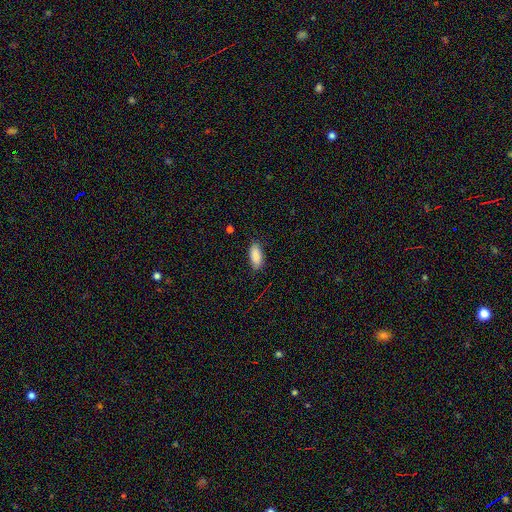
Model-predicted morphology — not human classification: Smooth or featured? Predicted: smooth (p=0.89). How rounded? Predicted: in between (p=0.86). Merging? Predicted: none (p=0.84).